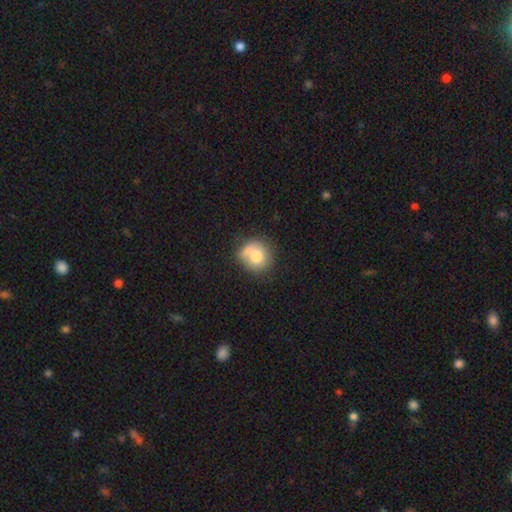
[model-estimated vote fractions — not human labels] Morphology: type=smooth (74%); roundness=round (84%); merging=none (50%).